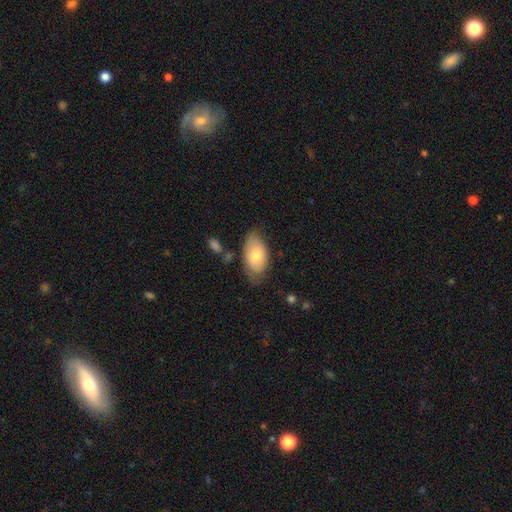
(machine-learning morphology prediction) smooth 72%, featured or disk 22%, star or artifact 6%. Down the decision tree: how rounded — in between (94%); merging — none (68%).